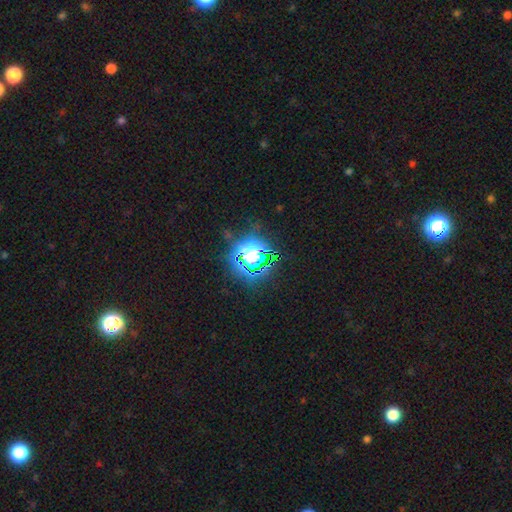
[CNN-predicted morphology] A star or artifact, not a galaxy (66%).

Vote fractions:
- Smooth or featured? star or artifact: 66% / smooth: 22% / featured or disk: 11%